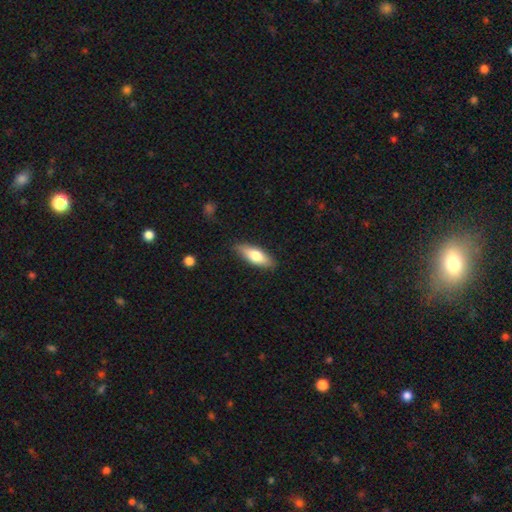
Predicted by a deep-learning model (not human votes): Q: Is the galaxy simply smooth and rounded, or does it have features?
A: smooth — 69%.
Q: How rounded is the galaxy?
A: in between — 60%.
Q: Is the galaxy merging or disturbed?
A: none — 86%.